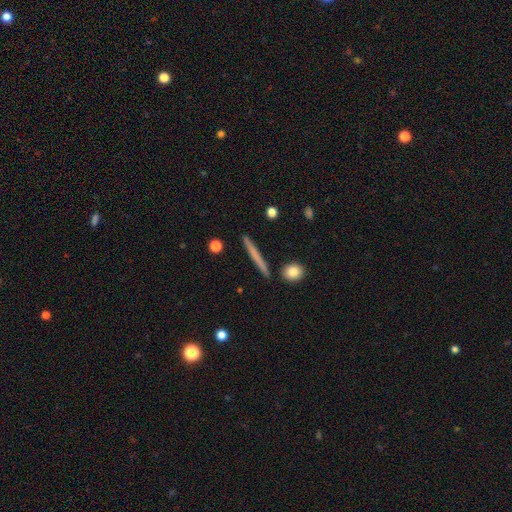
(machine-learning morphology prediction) smooth-or-featured: smooth: 56% | featured or disk: 37% | star or artifact: 6%
  how-rounded: cigar-shaped: 94% | in between: 3% | round: 3%
  merging: none: 90% | minor disturbance: 6% | merger: 2% | major disturbance: 1%